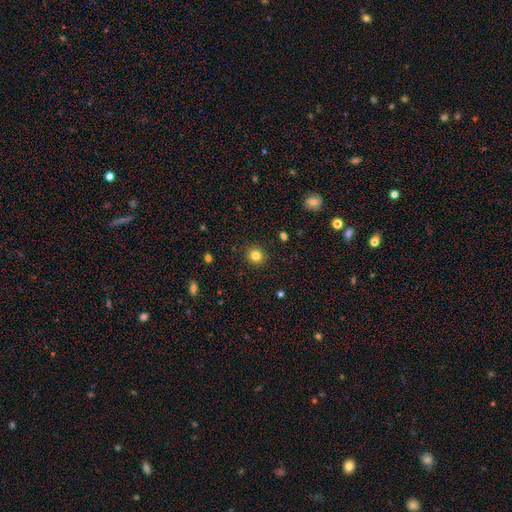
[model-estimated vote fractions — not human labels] smooth 82%, star or artifact 12%, featured or disk 6%. Down the decision tree: how rounded — round (88%); merging — none (91%).